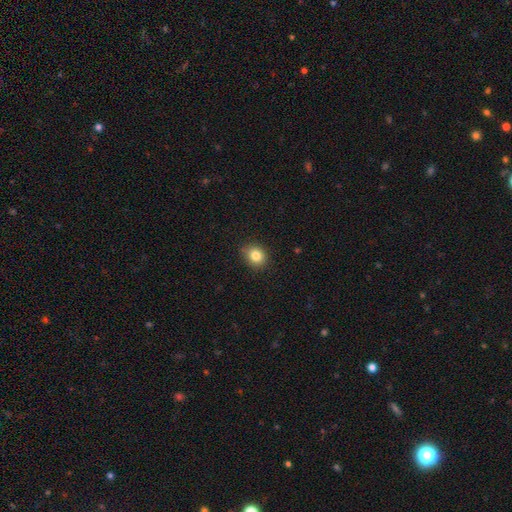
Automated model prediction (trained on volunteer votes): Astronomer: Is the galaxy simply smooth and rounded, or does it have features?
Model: smooth — 83%.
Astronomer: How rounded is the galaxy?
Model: round — 69%.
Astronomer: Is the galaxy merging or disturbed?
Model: none — 86%.